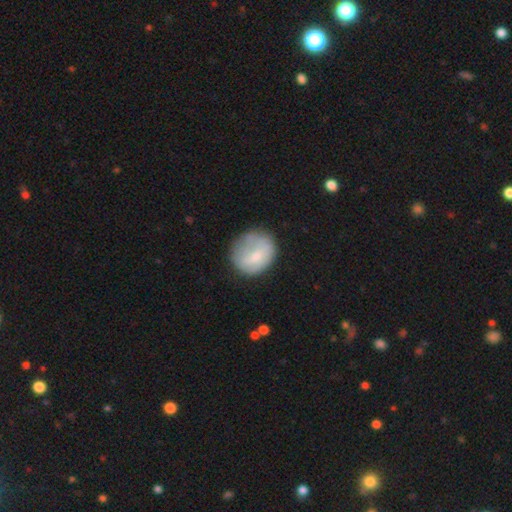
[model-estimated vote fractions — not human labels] A smooth galaxy with no disk features (62%) that is round (78%). Merging: none (60%).